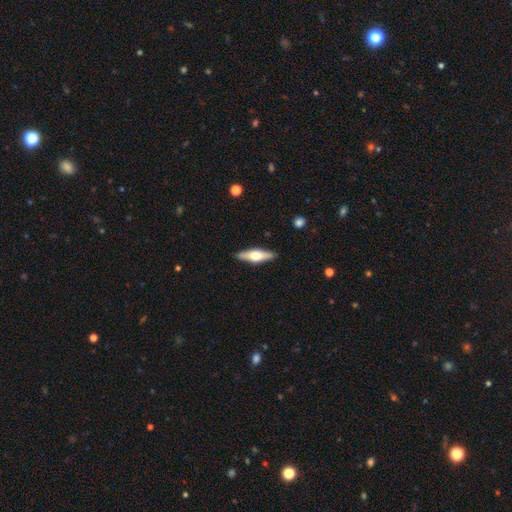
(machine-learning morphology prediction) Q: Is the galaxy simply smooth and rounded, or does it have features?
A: featured or disk — 52%.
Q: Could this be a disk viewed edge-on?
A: yes — 93%.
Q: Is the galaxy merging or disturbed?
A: none — 89%.